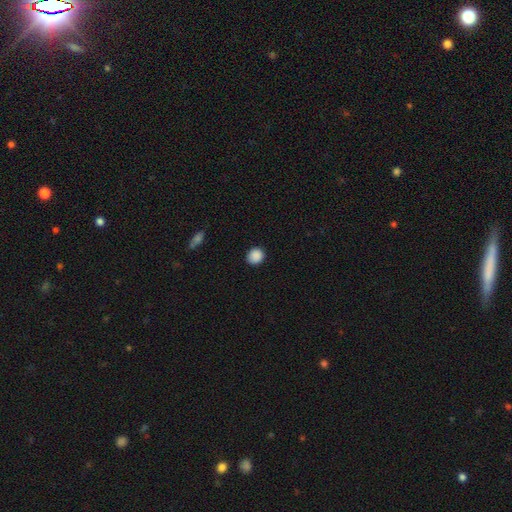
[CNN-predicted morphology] Smooth or featured? smooth (89%)
How rounded? round (82%)
Merging? none (89%)